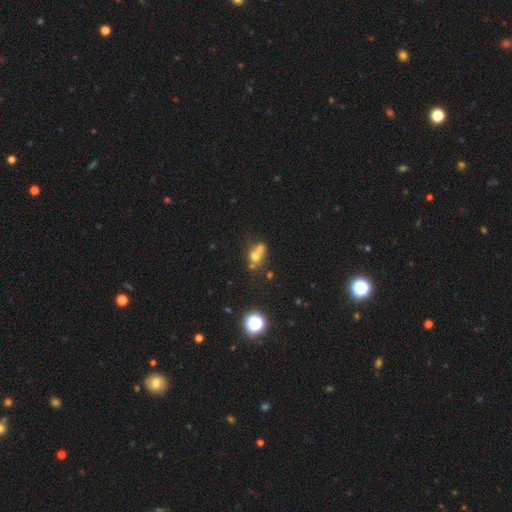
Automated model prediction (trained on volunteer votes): smooth 59%, featured or disk 23%, star or artifact 18%. Down the decision tree: how rounded — round (69%); merging — merger (59%).